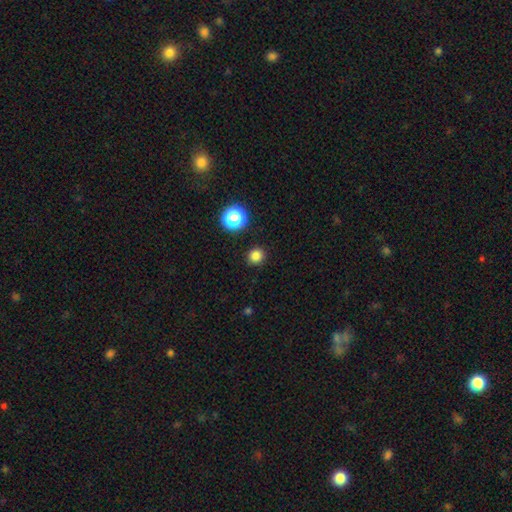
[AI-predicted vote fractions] Q: Smooth or featured?
A: smooth (81%); runner-up: star or artifact (15%)
Q: How rounded?
A: round (90%); runner-up: in between (9%)
Q: Merging?
A: none (91%); runner-up: minor disturbance (5%)